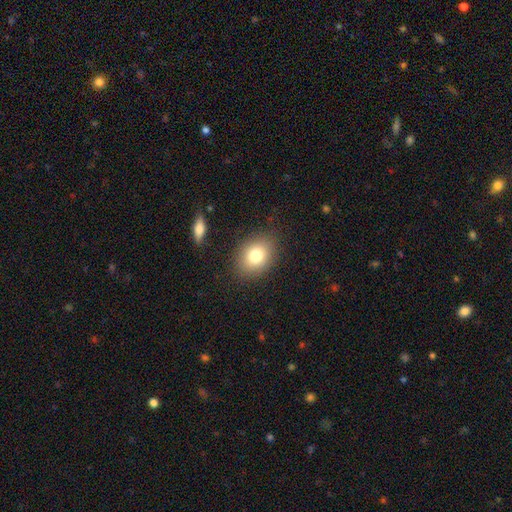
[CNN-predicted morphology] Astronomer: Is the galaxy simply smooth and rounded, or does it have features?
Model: smooth — 78%.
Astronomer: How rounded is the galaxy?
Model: in between — 63%.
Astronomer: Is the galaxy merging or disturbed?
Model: none — 85%.